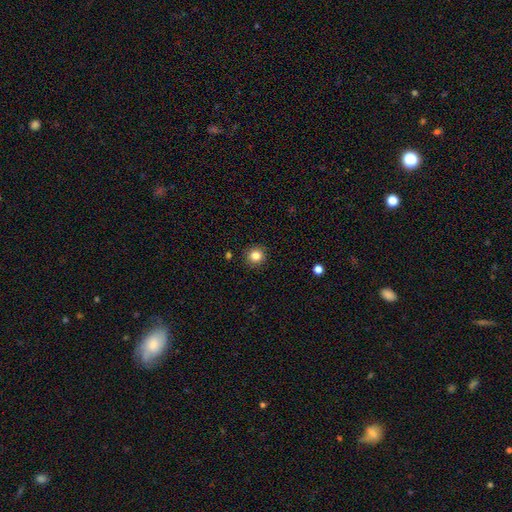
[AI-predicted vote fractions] A smooth galaxy with no disk features (84%) that is round (92%). Merging: none (90%).